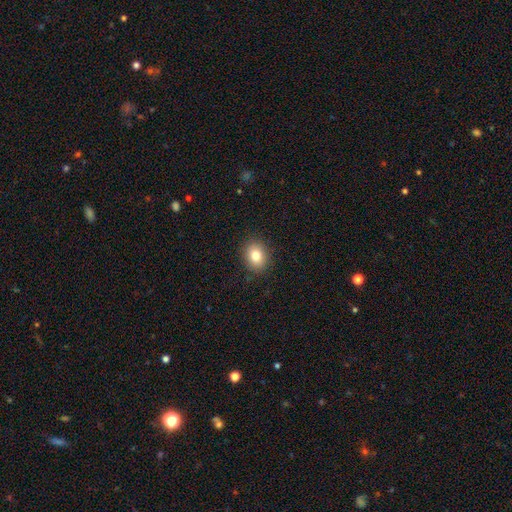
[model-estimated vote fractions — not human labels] A smooth galaxy with no disk features (81%) that is round (54%). Merging: none (89%).